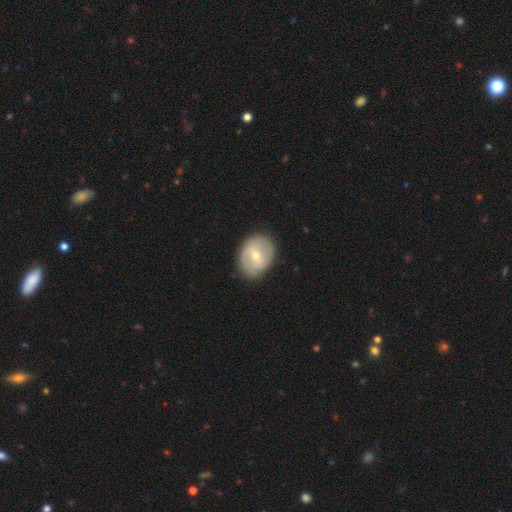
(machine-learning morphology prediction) Smooth or featured? Predicted: featured or disk (p=0.55). Edge-on disk? Predicted: no (p=0.96). Bar? Predicted: weak (p=0.46). Spiral arms? Predicted: yes (p=0.61). Bulge size? Predicted: small (p=0.55). Merging? Predicted: none (p=0.82).